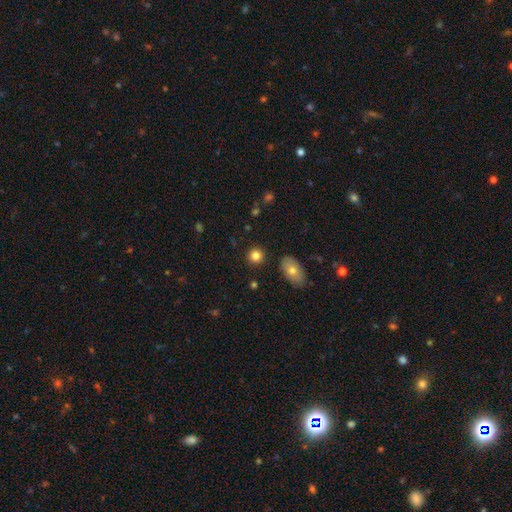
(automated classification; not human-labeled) A smooth galaxy with no disk features (83%) that is round (87%).

Vote fractions:
- Smooth or featured? smooth: 83% / star or artifact: 10% / featured or disk: 7%
- How rounded? round: 87% / in between: 11% / cigar-shaped: 1%
- Merging? none: 89% / minor disturbance: 6% / merger: 3% / major disturbance: 2%